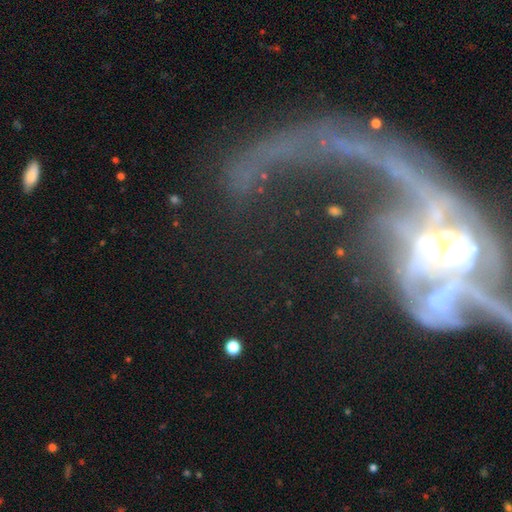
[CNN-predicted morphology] Overall: featured or disk (76%). Edge-on disk: no (90%). Bar: no (40%; strong 30%). Spiral arms: yes (70%; no 30%). Bulge size: moderate (43%; small 30%). Merging: major disturbance (54%; none 19%).